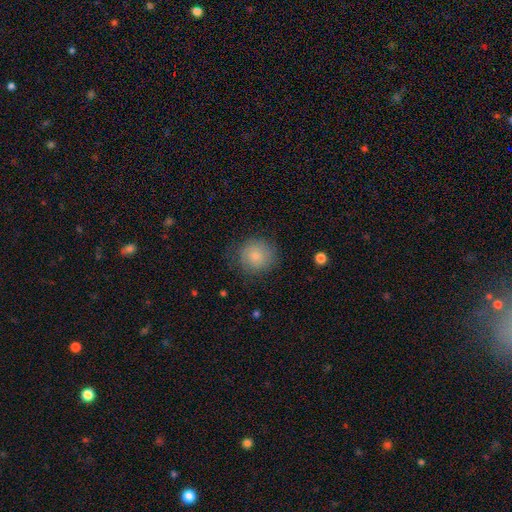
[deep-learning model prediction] Overall: smooth (80%). How rounded: round (90%). Merging: none (75%).